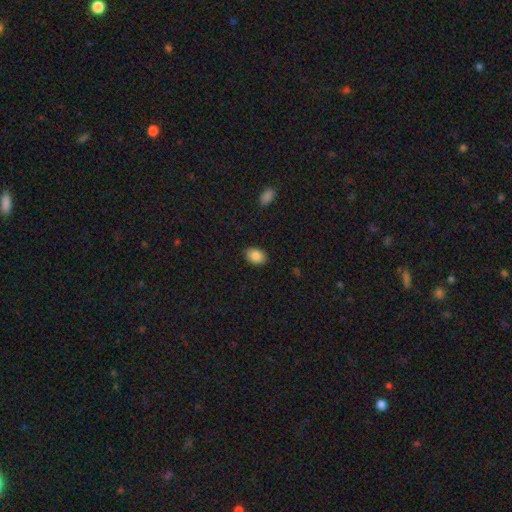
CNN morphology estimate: A smooth galaxy with no disk features (87%) that is in between round and cigar-shaped (75%).

Vote fractions:
- Smooth or featured? smooth: 87% / star or artifact: 8% / featured or disk: 5%
- How rounded? in between: 75% / round: 24% / cigar-shaped: 1%
- Merging? none: 87% / minor disturbance: 9% / major disturbance: 2% / merger: 1%